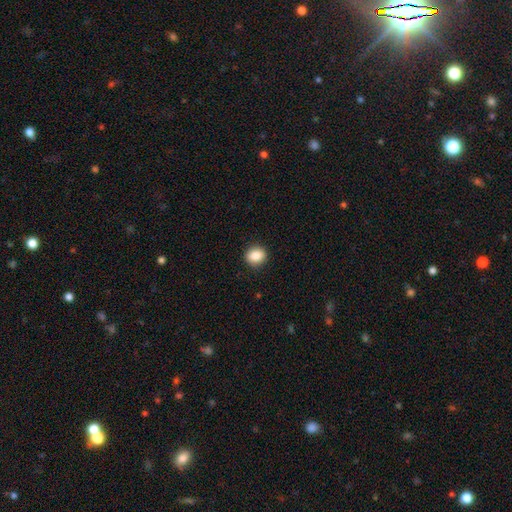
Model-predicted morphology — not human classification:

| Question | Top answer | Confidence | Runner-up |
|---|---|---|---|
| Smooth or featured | smooth | 87% | star or artifact (9%) |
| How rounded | round | 66% | in between (33%) |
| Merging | none | 90% | minor disturbance (7%) |